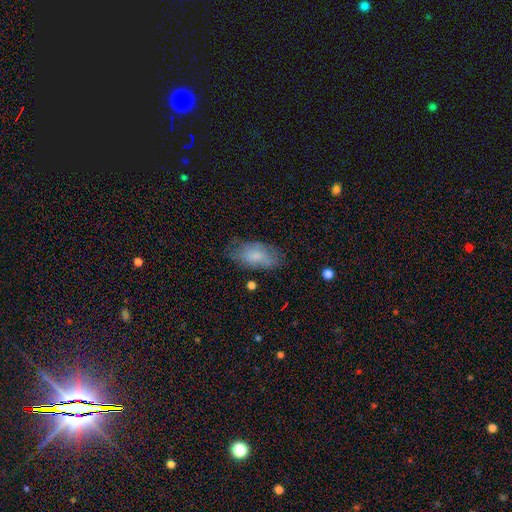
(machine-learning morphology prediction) Q: Smooth or featured?
A: smooth (69%); runner-up: featured or disk (23%)
Q: How rounded?
A: in between (91%); runner-up: cigar-shaped (6%)
Q: Merging?
A: none (63%); runner-up: minor disturbance (26%)